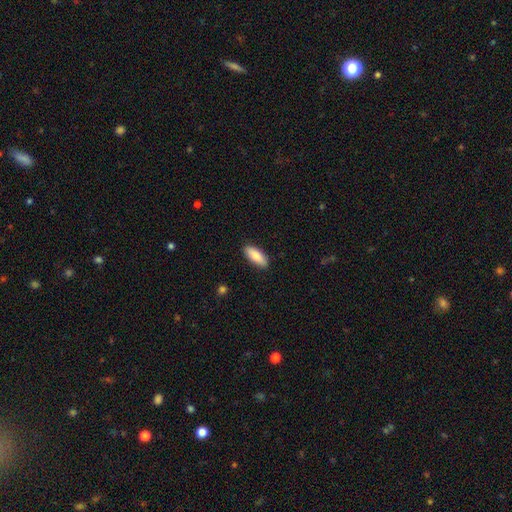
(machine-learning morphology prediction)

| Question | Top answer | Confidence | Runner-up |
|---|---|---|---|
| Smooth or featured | smooth | 85% | featured or disk (9%) |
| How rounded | in between | 75% | cigar-shaped (23%) |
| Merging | none | 89% | minor disturbance (8%) |